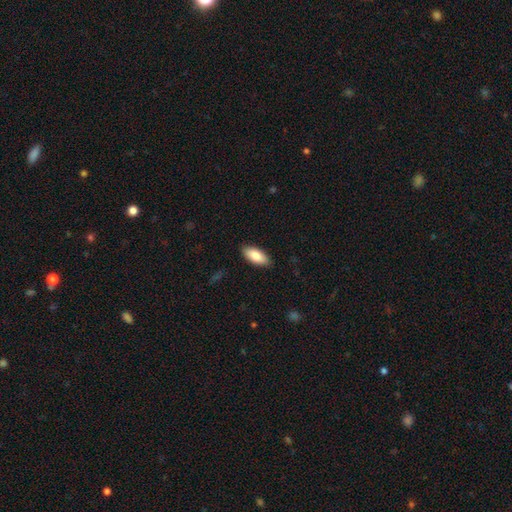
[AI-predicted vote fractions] smooth_or_featured: smooth (p=0.85) [alt: featured or disk p=0.09]
how_rounded: in between (p=0.88) [alt: cigar-shaped p=0.10]
merging: none (p=0.88) [alt: minor disturbance p=0.09]